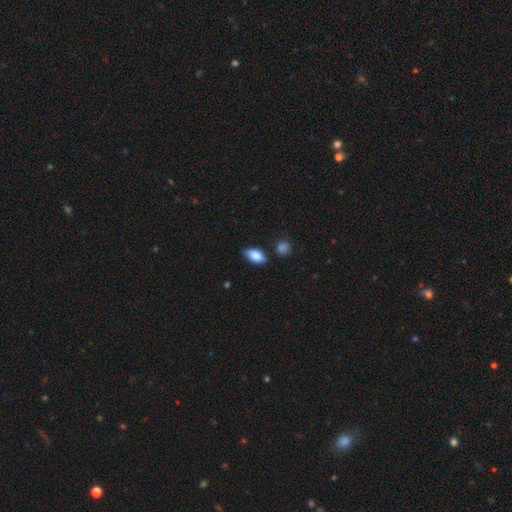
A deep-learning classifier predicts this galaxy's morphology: Overall: smooth (84%). How rounded: in between (89%). Merging: none (74%).